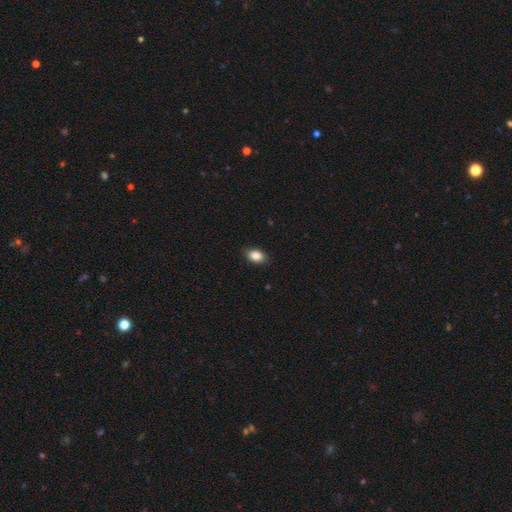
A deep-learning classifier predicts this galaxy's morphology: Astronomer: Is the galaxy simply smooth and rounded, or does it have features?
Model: smooth — 87%.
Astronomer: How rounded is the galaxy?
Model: in between — 85%.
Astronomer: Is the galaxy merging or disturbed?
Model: none — 88%.